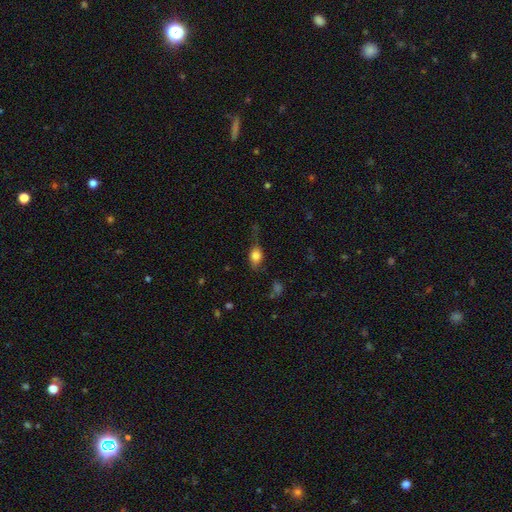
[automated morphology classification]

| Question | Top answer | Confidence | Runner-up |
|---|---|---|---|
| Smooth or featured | smooth | 77% | featured or disk (14%) |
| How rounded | in between | 74% | round (22%) |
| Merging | none | 51% | minor disturbance (29%) |